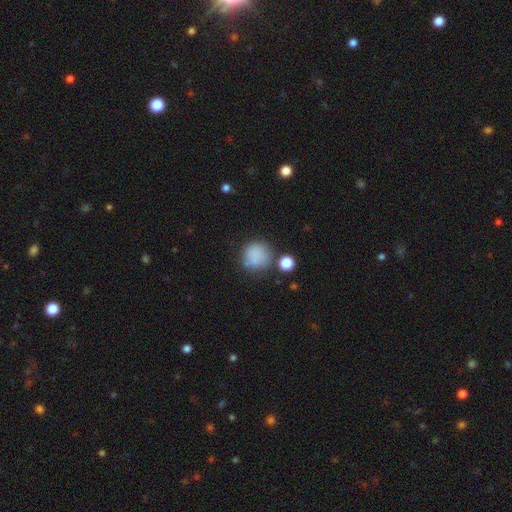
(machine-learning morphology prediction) Overall: smooth (82%). How rounded: round (90%). Merging: none (67%).